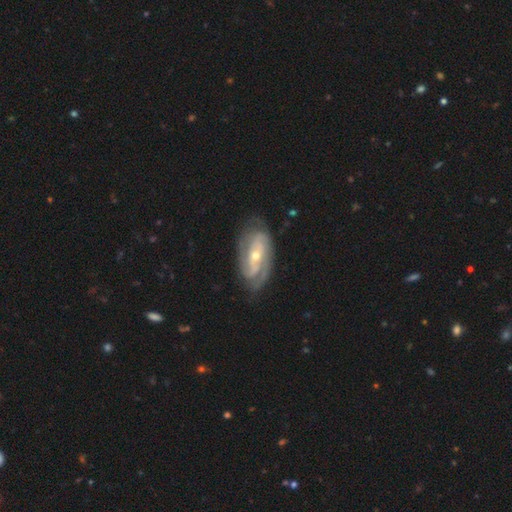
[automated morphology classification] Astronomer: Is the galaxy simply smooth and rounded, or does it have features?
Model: featured or disk — 87%.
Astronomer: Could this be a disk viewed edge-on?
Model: no — 95%.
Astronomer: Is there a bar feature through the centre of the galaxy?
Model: no — 40% (runner-up: weak, 35%).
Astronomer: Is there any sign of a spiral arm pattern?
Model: yes — 95%.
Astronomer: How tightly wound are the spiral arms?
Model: tight — 57% (runner-up: medium, 34%).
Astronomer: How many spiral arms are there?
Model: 2 — 59%.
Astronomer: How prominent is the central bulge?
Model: moderate — 50% (runner-up: small, 47%).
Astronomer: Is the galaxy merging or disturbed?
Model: none — 75%.